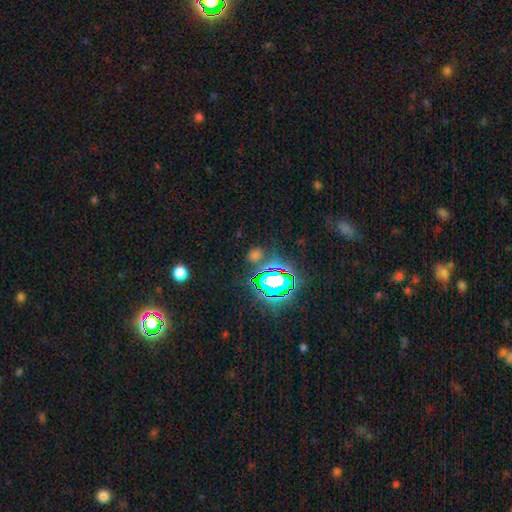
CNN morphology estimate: This is possibly a star or artifact rather than a galaxy (59%).